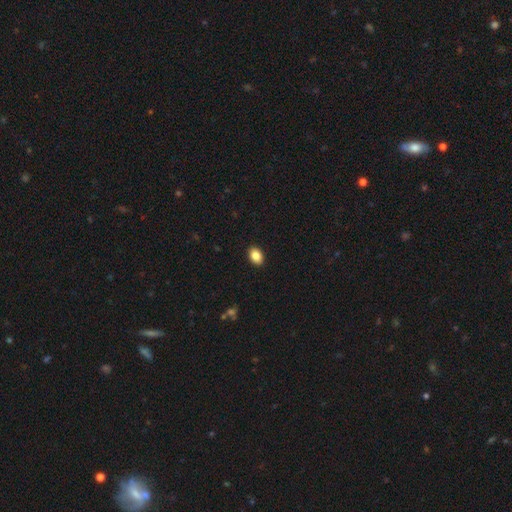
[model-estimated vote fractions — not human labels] Smooth or featured? Predicted: smooth (p=0.86). How rounded? Predicted: in between (p=0.83). Merging? Predicted: none (p=0.91).